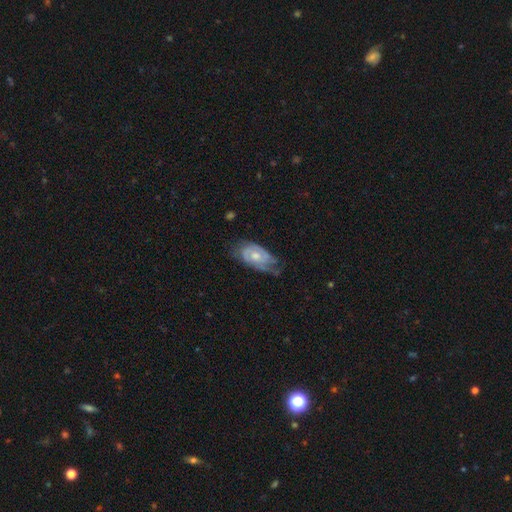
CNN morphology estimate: smooth-or-featured: featured or disk: 67% | smooth: 26% | star or artifact: 6%
  disk-edge-on: no: 94% | yes: 6%
    bar: no: 74% | weak: 23% | strong: 3%
    has-spiral-arms: yes: 81% | no: 19%
      spiral-winding: tight: 52% | medium: 34% | loose: 13%
      spiral-arm-count: 2: 43% | can't tell: 34% | 1: 10% | 3: 8% | 4: 2% | more than 4: 2%
    bulge-size: moderate: 61% | small: 30% | large: 5% | none: 3% | dominant: 1%
  merging: none: 47% | minor disturbance: 33% | major disturbance: 18% | merger: 2%